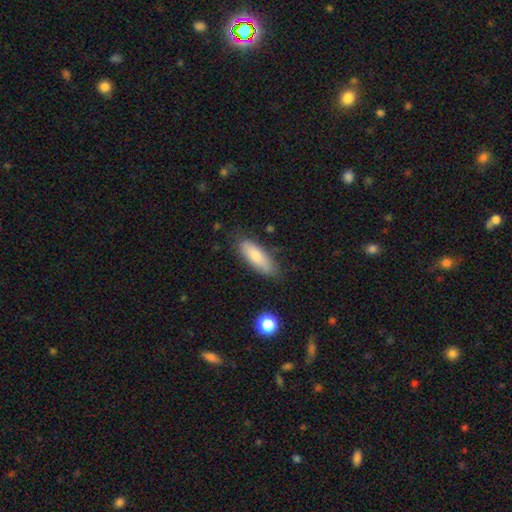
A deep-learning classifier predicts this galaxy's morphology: type=smooth (77%); roundness=in between (63%); merging=none (77%).